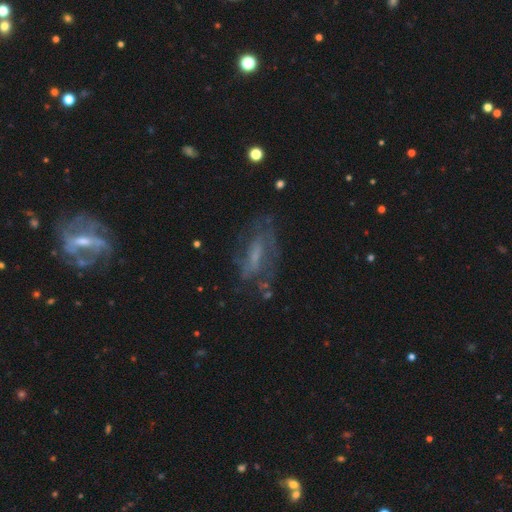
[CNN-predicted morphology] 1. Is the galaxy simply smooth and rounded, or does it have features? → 64% featured or disk, 25% smooth, 11% star or artifact.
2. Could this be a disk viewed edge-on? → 86% no, 14% yes.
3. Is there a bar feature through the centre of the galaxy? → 43% weak, 38% no, 20% strong.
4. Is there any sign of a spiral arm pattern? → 68% yes, 32% no.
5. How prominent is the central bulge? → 40% small, 28% none, 26% moderate, 5% large, 1% dominant.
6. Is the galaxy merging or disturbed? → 59% none, 21% minor disturbance, 16% major disturbance, 3% merger.